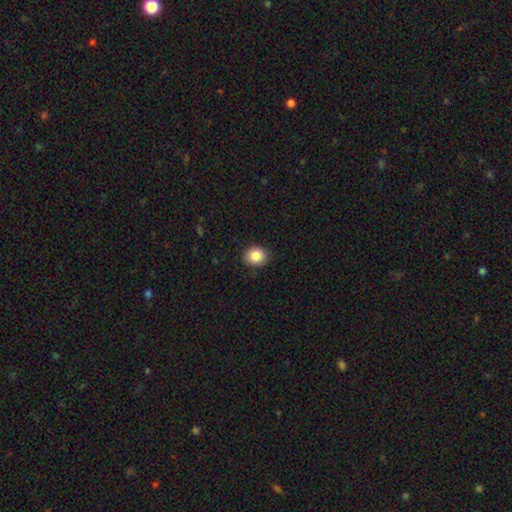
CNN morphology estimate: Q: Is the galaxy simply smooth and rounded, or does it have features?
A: smooth — 86%.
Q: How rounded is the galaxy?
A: round — 69%.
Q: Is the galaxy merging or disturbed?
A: none — 88%.